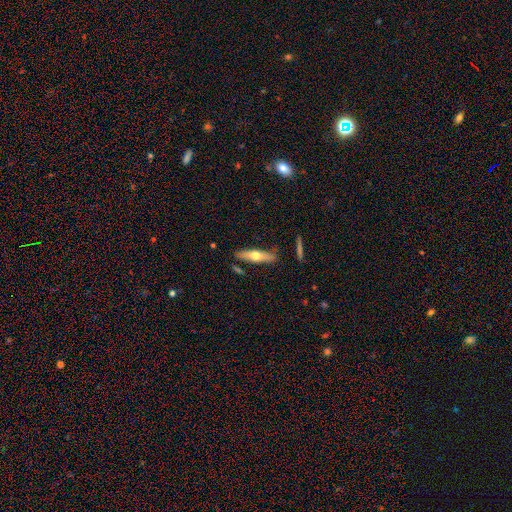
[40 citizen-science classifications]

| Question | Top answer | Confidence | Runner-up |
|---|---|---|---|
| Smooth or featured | featured or disk | 55% | smooth (40%) |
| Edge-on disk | yes | 95% | no (5%) |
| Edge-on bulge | rounded | 95% | none (5%) |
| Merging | none | 87% | minor disturbance (11%) |